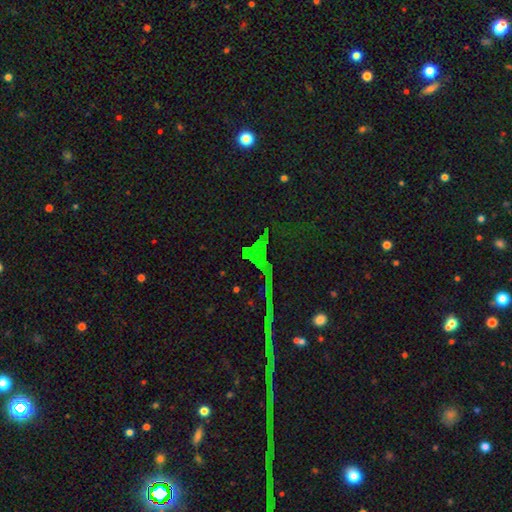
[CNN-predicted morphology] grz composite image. It shows a star or artifact, not a galaxy (77%).